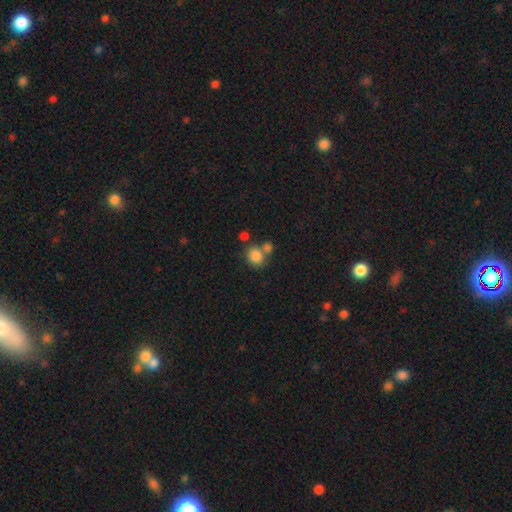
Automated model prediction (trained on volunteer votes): smooth-or-featured: smooth: 83% | star or artifact: 10% | featured or disk: 7%
  how-rounded: round: 80% | in between: 19% | cigar-shaped: 1%
  merging: none: 53% | merger: 32% | minor disturbance: 10% | major disturbance: 4%